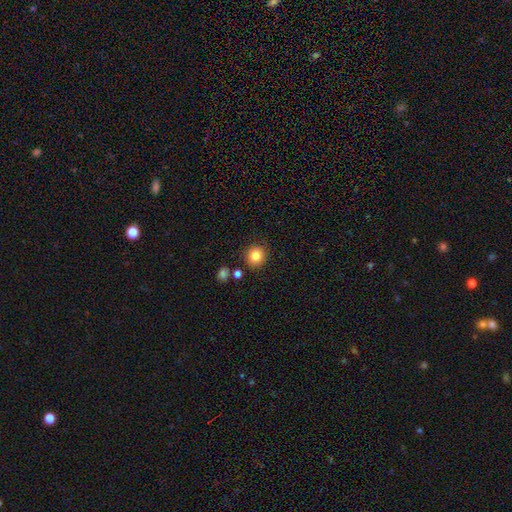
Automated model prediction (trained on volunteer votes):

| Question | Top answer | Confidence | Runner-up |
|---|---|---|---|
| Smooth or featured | smooth | 84% | star or artifact (10%) |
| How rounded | round | 89% | in between (10%) |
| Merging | none | 84% | minor disturbance (9%) |